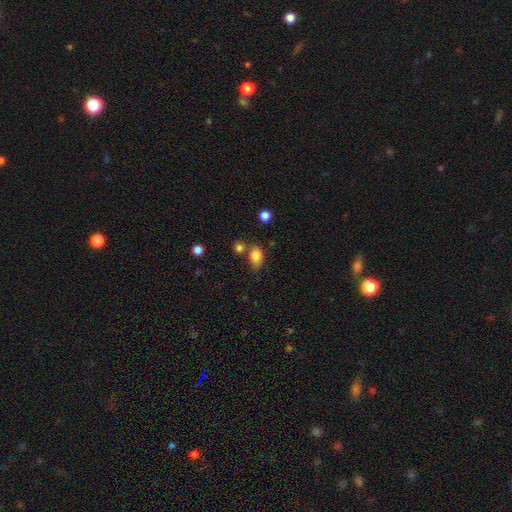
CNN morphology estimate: smooth-or-featured: smooth: 83% | star or artifact: 10% | featured or disk: 7%
  how-rounded: in between: 77% | round: 22% | cigar-shaped: 1%
  merging: none: 58% | minor disturbance: 20% | merger: 17% | major disturbance: 6%